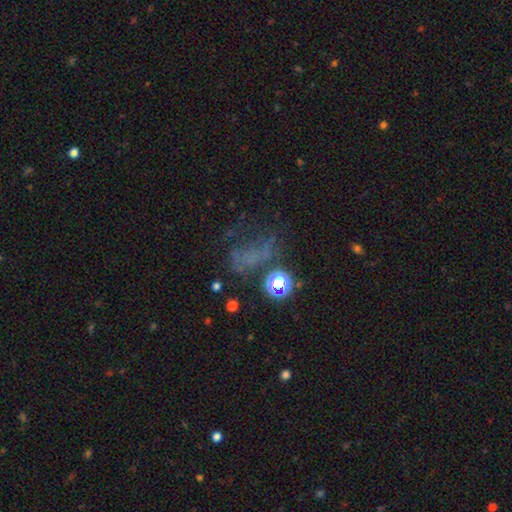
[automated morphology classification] smooth-or-featured: star or artifact: 40% | smooth: 32% | featured or disk: 28%